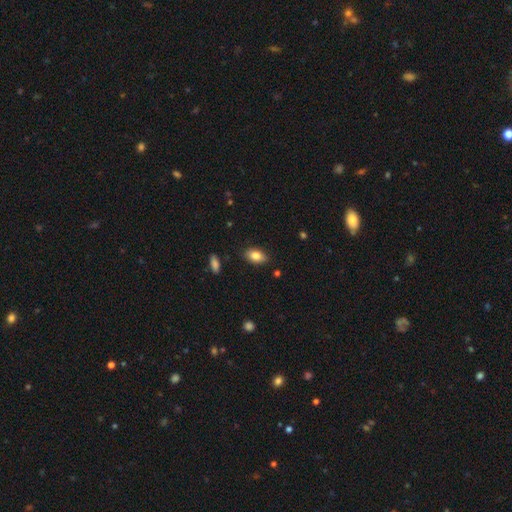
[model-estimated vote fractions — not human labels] Q: Smooth or featured?
A: smooth (84%); runner-up: featured or disk (9%)
Q: How rounded?
A: in between (91%); runner-up: round (6%)
Q: Merging?
A: none (86%); runner-up: minor disturbance (10%)